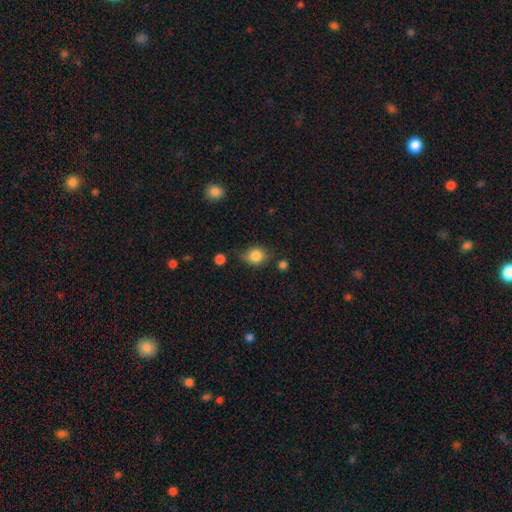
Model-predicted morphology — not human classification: smooth_or_featured: smooth (p=0.84) [alt: star or artifact p=0.10]
how_rounded: round (p=0.68) [alt: in between p=0.30]
merging: none (p=0.67) [alt: minor disturbance p=0.23]